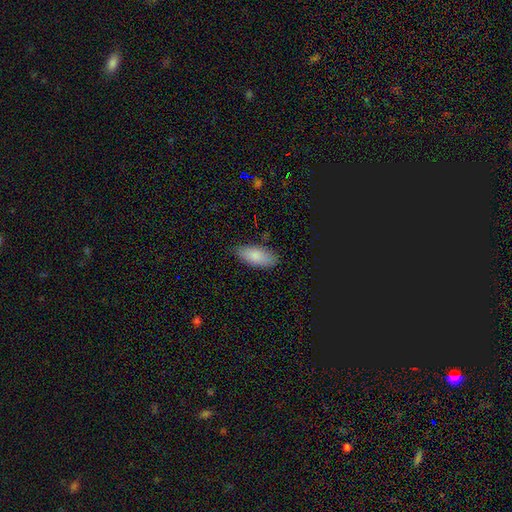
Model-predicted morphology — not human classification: This appears to be a smooth galaxy with no disk features (86%) that is in between round and cigar-shaped (86%). Merging: none (83%).